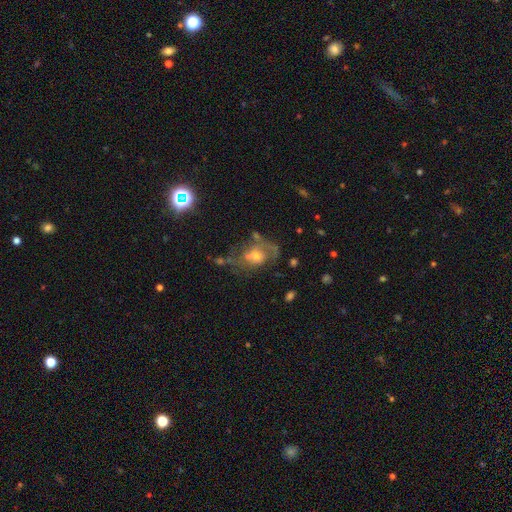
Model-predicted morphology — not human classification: Smooth or featured? Predicted: featured or disk (p=0.67). Edge-on disk? Predicted: no (p=0.96). Bar? Predicted: no (p=0.68). Spiral arms? Predicted: yes (p=0.77). Bulge size? Predicted: moderate (p=0.50). Merging? Predicted: none (p=0.46).